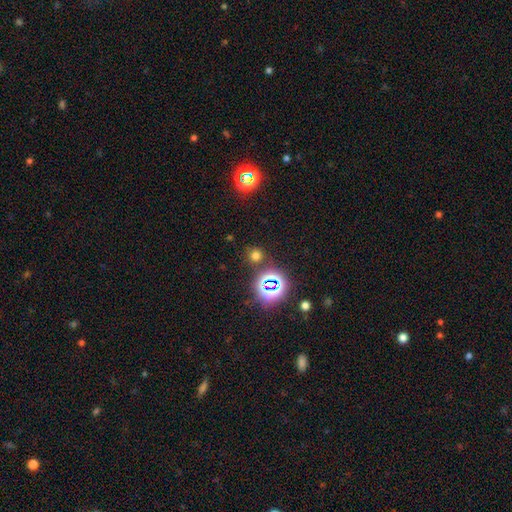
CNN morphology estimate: Smooth or featured?
  - smooth: 61% *
  - star or artifact: 33%
  - featured or disk: 6%
How rounded?
  - round: 90% *
  - in between: 9%
  - cigar-shaped: 1%
Merging?
  - none: 82% *
  - minor disturbance: 8%
  - merger: 6%
  - major disturbance: 4%